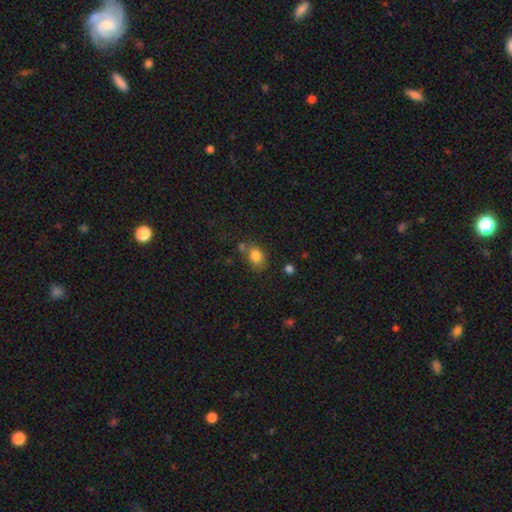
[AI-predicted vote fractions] Overall: smooth (82%). How rounded: in between (60%; round 39%). Merging: none (57%; minor disturbance 19%).